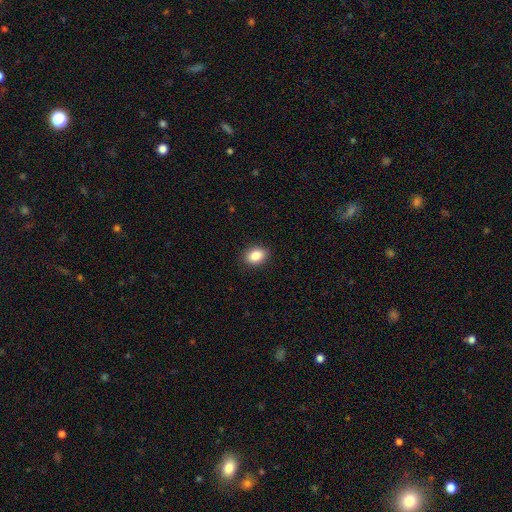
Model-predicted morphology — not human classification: Smooth or featured? Predicted: smooth (p=0.86). How rounded? Predicted: in between (p=0.70). Merging? Predicted: none (p=0.89).